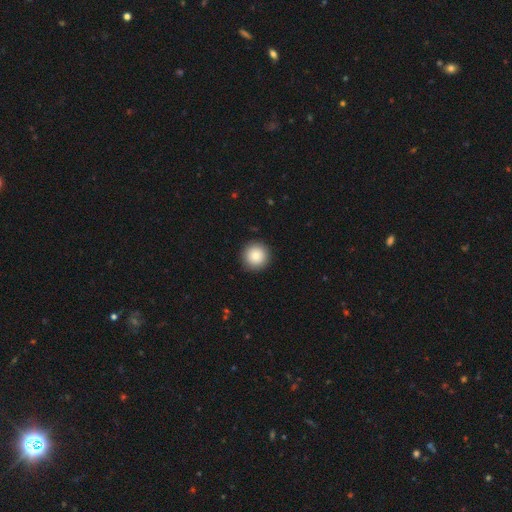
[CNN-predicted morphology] The model was most divided on "smooth or featured": smooth: 84%, star or artifact: 9%, featured or disk: 7%. More confident: how rounded — round (96%); merging — none (92%).